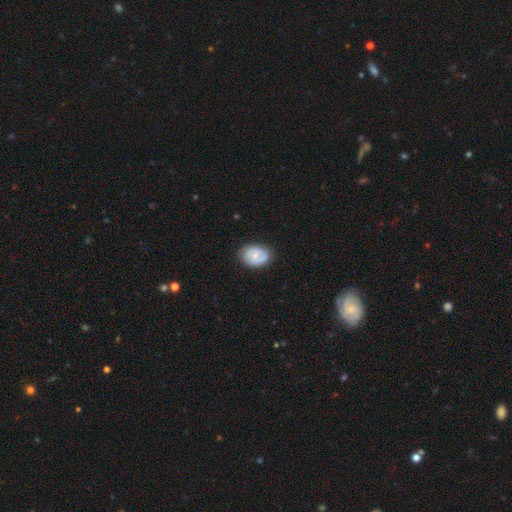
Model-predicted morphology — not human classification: Smooth or featured? smooth (51%)
How rounded? in between (71%)
Merging? none (81%)